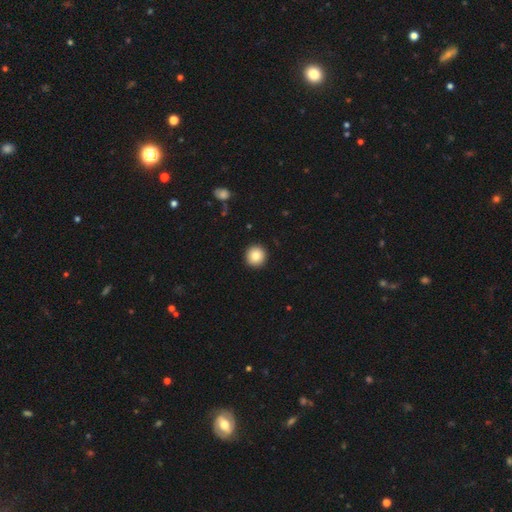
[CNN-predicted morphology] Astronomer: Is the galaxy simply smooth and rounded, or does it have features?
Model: smooth — 85%.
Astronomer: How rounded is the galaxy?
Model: round — 96%.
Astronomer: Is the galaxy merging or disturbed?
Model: none — 93%.